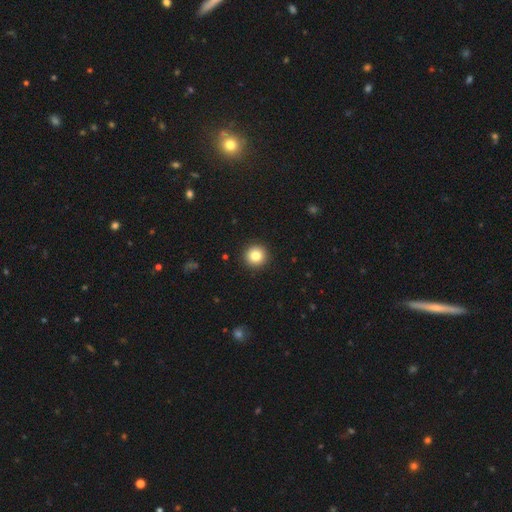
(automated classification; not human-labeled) A smooth galaxy with no disk features (83%) that is round (95%). Merging: none (93%).